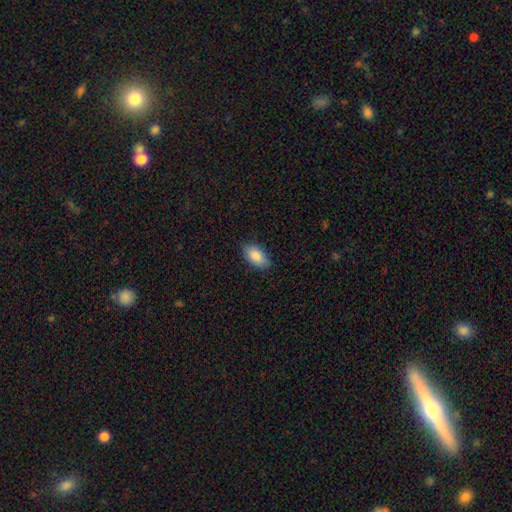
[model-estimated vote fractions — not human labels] This is clearly a smooth galaxy (88%). How rounded: clearly in between (93%). Merging: clearly none (85%).